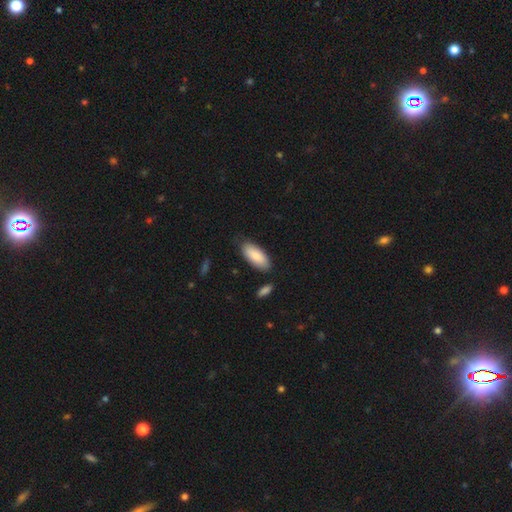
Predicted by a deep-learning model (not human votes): Q: Smooth or featured?
A: smooth (86%); runner-up: featured or disk (9%)
Q: How rounded?
A: in between (85%); runner-up: cigar-shaped (13%)
Q: Merging?
A: none (79%); runner-up: minor disturbance (14%)